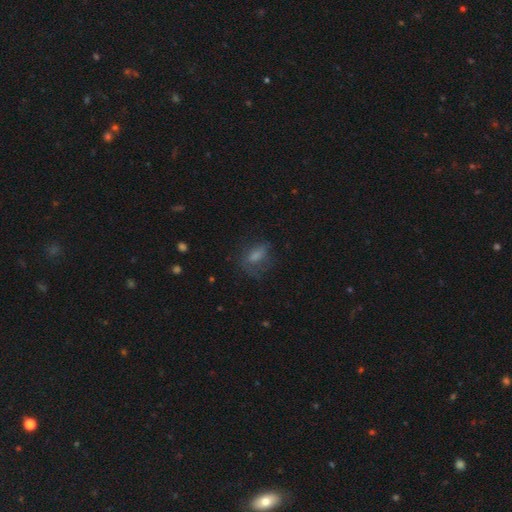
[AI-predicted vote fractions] smooth_or_featured: smooth (p=0.66) [alt: featured or disk p=0.22]
how_rounded: in between (p=0.75) [alt: cigar-shaped p=0.13]
merging: none (p=0.49) [alt: minor disturbance p=0.25]